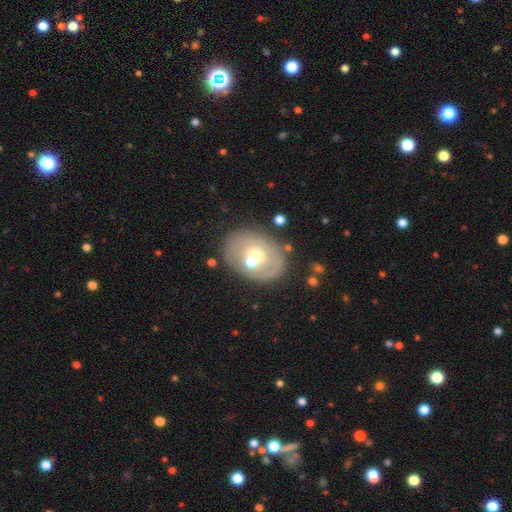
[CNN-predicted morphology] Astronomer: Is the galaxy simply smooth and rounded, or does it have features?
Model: featured or disk — 52% (runner-up: smooth, 39%).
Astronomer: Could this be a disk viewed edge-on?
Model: no — 94%.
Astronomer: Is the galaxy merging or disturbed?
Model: none — 59%.